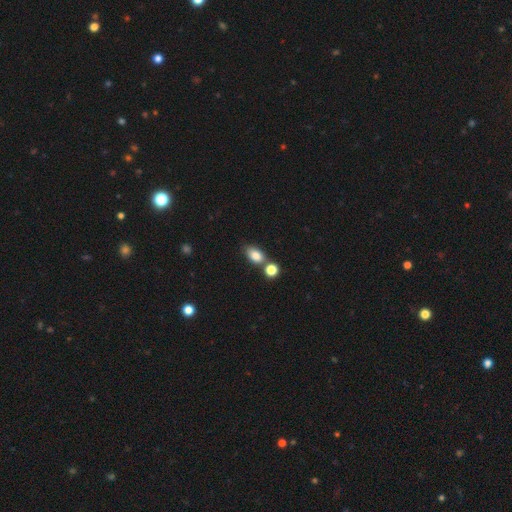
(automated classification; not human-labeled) Overall: smooth (83%). How rounded: in between (84%). Merging: none (57%; merger 26%).